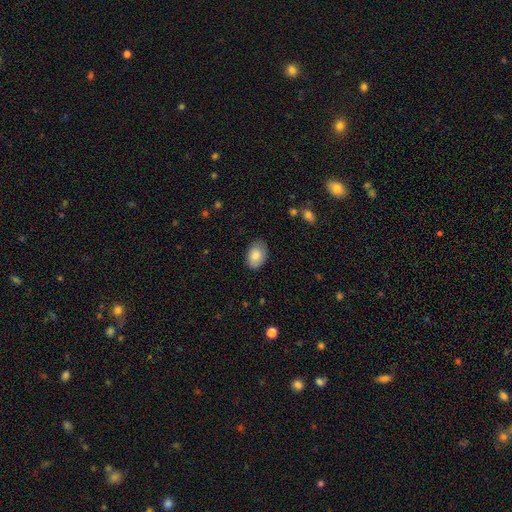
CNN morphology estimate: Smooth or featured: smooth — 80% (featured or disk — 13%)
How rounded: in between — 87% (round — 12%)
Merging: none — 79% (minor disturbance — 17%)